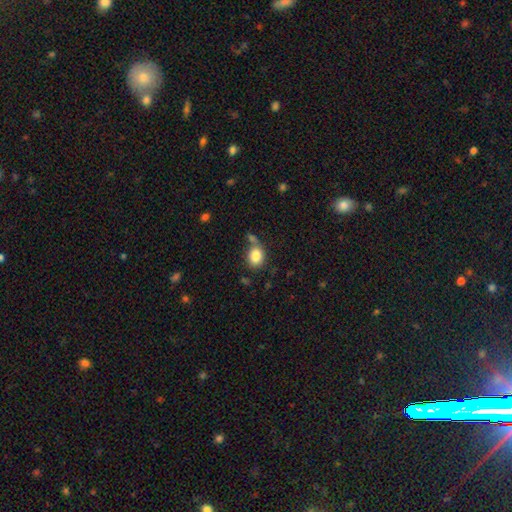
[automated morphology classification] smooth-or-featured: smooth: 84% | star or artifact: 9% | featured or disk: 7%
  how-rounded: in between: 51% | round: 48% | cigar-shaped: 1%
  merging: none: 61% | merger: 17% | minor disturbance: 16% | major disturbance: 6%